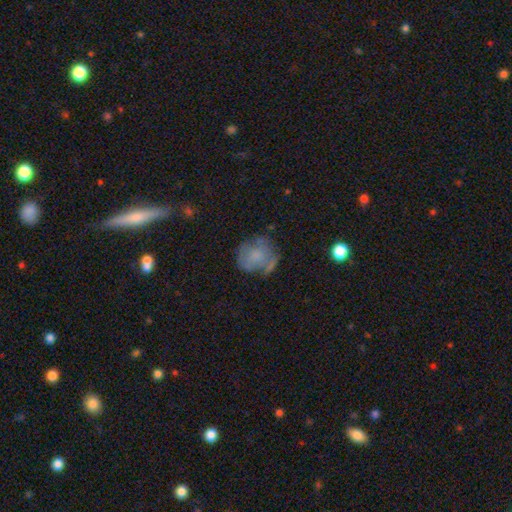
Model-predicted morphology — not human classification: A smooth galaxy with no disk features (54%) that is round (77%).

Vote fractions:
- Smooth or featured? smooth: 54% / featured or disk: 35% / star or artifact: 10%
- How rounded? round: 77% / in between: 22% / cigar-shaped: 1%
- Merging? none: 50% / minor disturbance: 26% / major disturbance: 17% / merger: 6%